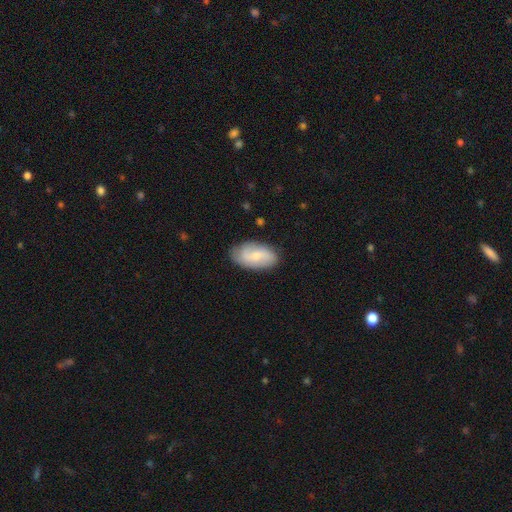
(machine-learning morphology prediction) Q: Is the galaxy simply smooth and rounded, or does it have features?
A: smooth — 47%.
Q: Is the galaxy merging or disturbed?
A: none — 79%.